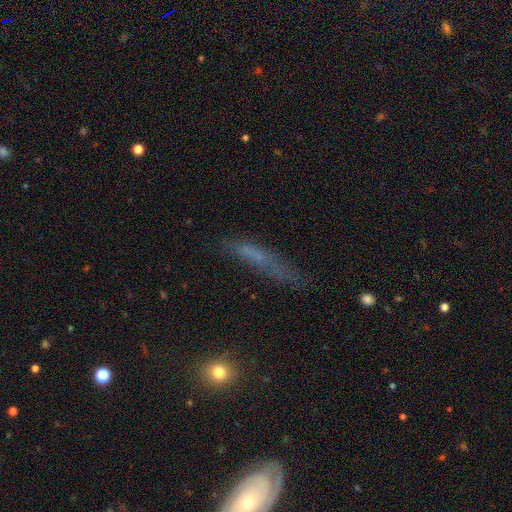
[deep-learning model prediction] Smooth or featured: smooth — 51% (featured or disk — 33%)
How rounded: cigar-shaped — 83% (in between — 14%)
Merging: none — 59% (minor disturbance — 24%)